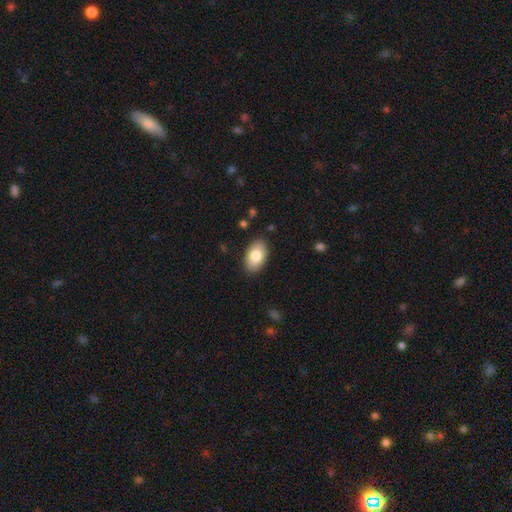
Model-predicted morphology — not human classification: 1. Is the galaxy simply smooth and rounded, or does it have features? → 83% smooth, 11% featured or disk, 6% star or artifact.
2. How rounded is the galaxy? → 94% in between, 5% round, 1% cigar-shaped.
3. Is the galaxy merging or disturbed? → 87% none, 9% minor disturbance, 2% major disturbance, 1% merger.